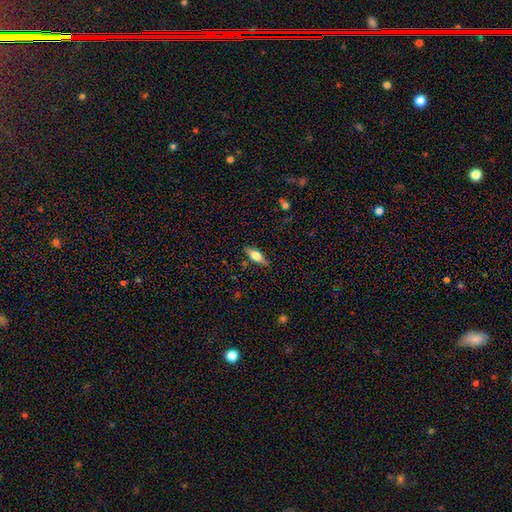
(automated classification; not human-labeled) This appears to be a smooth galaxy with no disk features (59%) that is in between round and cigar-shaped (69%). Merging: none (85%).